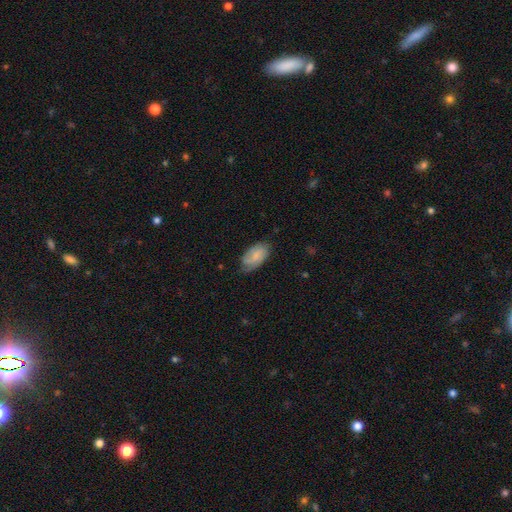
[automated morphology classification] The model was most divided on "smooth or featured": smooth: 62%, featured or disk: 31%, star or artifact: 7%. More confident: how rounded — in between (94%); merging — none (62%).